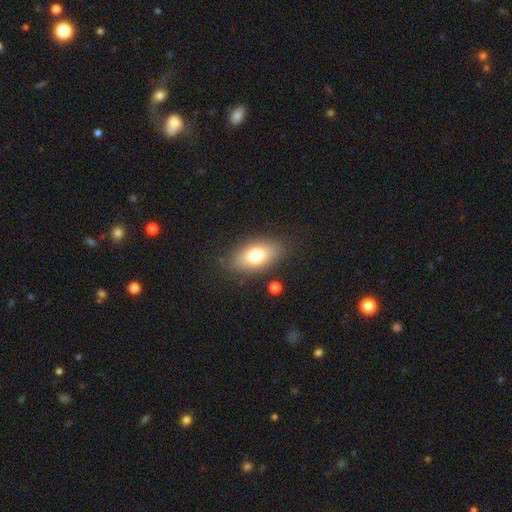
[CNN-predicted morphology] This is likely a smooth galaxy (74%). How rounded: clearly in between (88%). Merging: clearly none (83%).